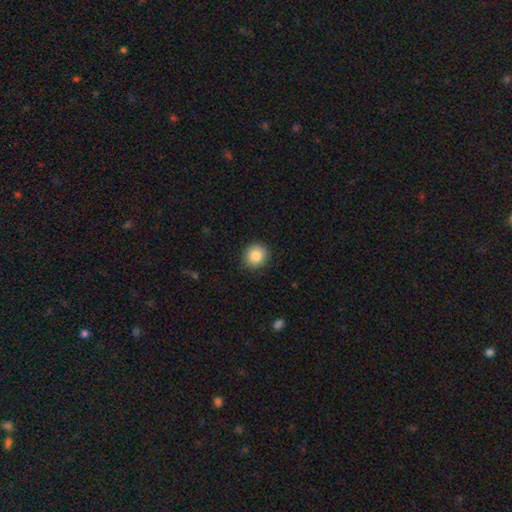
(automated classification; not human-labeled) smooth_or_featured: smooth (p=0.87) [alt: star or artifact p=0.08]
how_rounded: round (p=0.85) [alt: in between p=0.14]
merging: none (p=0.89) [alt: minor disturbance p=0.08]